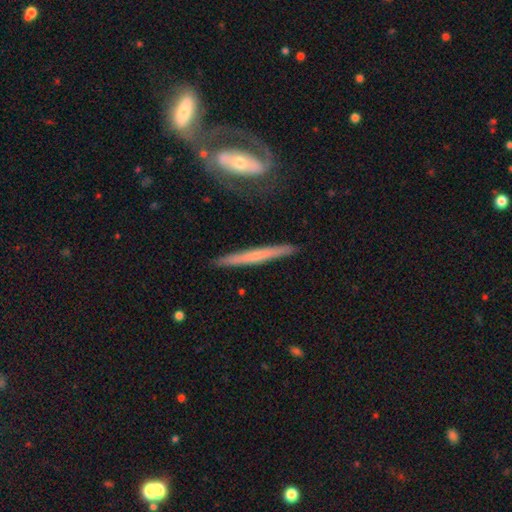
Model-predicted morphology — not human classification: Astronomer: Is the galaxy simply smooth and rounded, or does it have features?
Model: featured or disk — 51% (runner-up: smooth, 43%).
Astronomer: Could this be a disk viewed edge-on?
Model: yes — 92%.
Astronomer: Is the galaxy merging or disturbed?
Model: none — 87%.